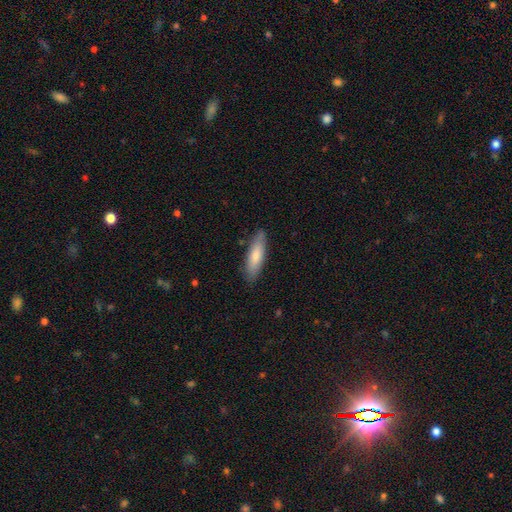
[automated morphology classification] Smooth or featured?
  - smooth: 77% *
  - featured or disk: 18%
  - star or artifact: 5%
How rounded?
  - in between: 50% *
  - cigar-shaped: 48%
  - round: 2%
Merging?
  - none: 83% *
  - minor disturbance: 13%
  - major disturbance: 2%
  - merger: 1%